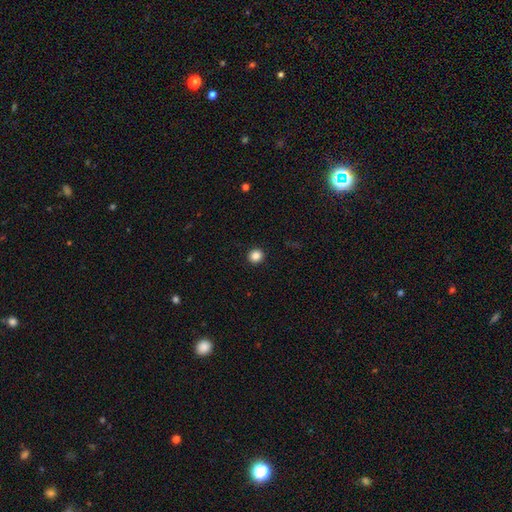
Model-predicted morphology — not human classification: type=smooth (86%); roundness=round (93%); merging=none (93%).